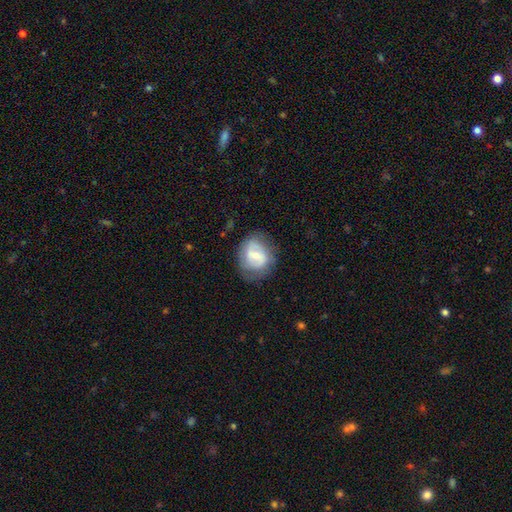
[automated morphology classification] A featured or disk galaxy (53%) with a weak bar (51%), spiral arms (72%) and a small central bulge (49%).

Vote fractions:
- Smooth or featured? featured or disk: 53% / smooth: 40% / star or artifact: 7%
- Edge-on disk? no: 97% / yes: 3%
- Bar? weak: 51% / no: 25% / strong: 24%
- Spiral arms? yes: 72% / no: 28%
- Bulge size? small: 49% / moderate: 39% / none: 6% / large: 4% / dominant: 1%
- Merging? none: 67% / minor disturbance: 21% / major disturbance: 10% / merger: 2%